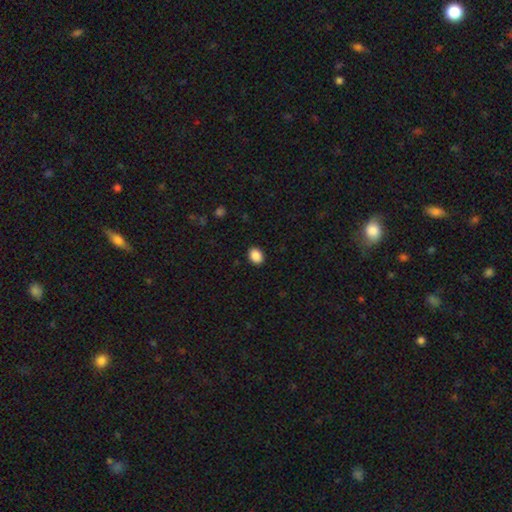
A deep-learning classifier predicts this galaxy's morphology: smooth 89%, star or artifact 8%, featured or disk 3%. Down the decision tree: how rounded — in between (64%); merging — none (90%).